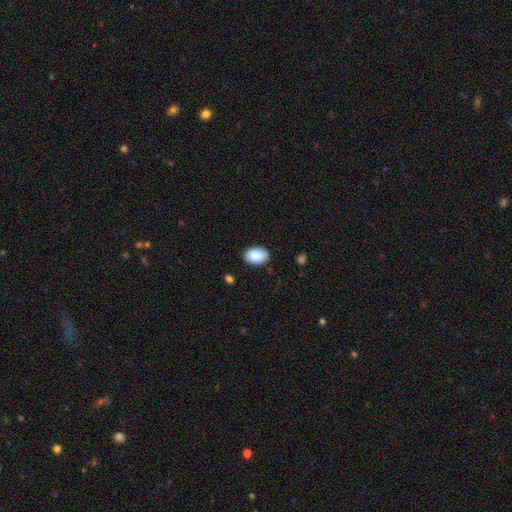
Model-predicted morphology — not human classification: Smooth or featured? smooth (89%)
How rounded? in between (88%)
Merging? none (86%)